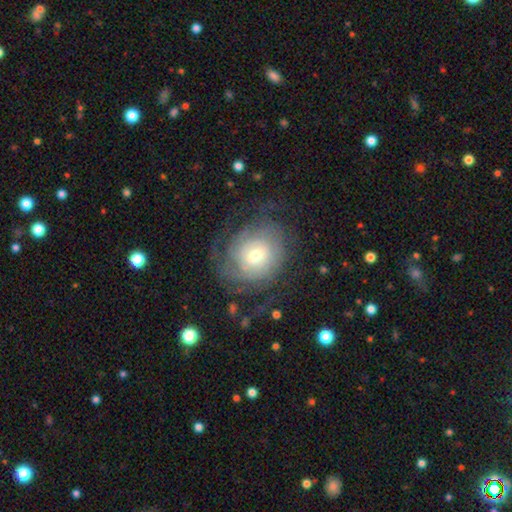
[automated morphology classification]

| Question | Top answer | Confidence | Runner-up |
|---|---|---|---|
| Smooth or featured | featured or disk | 77% | smooth (16%) |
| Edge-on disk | no | 97% | yes (3%) |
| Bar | no | 49% | weak (41%) |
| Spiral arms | yes | 91% | no (9%) |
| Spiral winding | tight | 67% | medium (23%) |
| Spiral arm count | can't tell | 45% | 2 (22%) |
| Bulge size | moderate | 48% | small (44%) |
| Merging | none | 66% | minor disturbance (17%) |